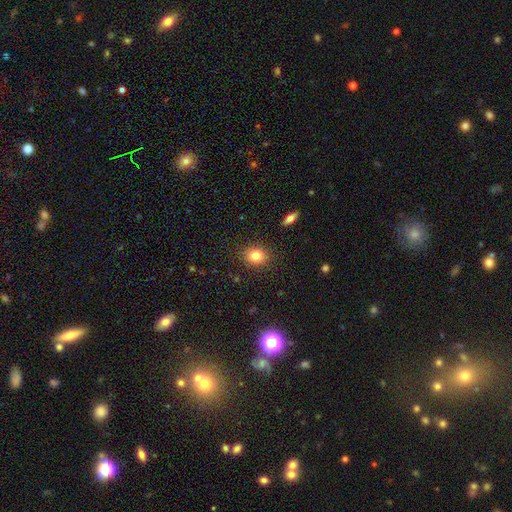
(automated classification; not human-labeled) smooth 82%, star or artifact 11%, featured or disk 8%. Down the decision tree: how rounded — round (60%); merging — none (87%).